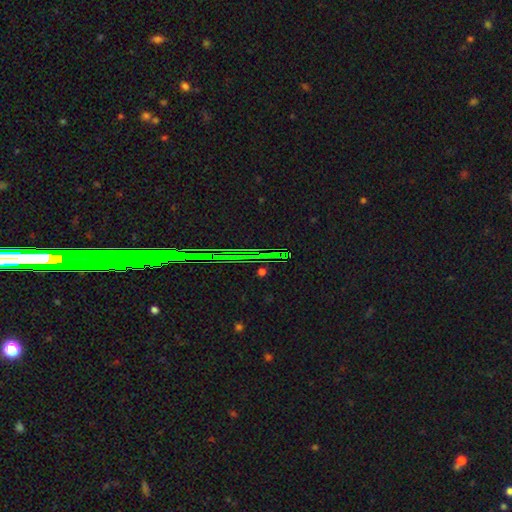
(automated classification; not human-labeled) Smooth or featured: star or artifact — 79% (featured or disk — 11%)